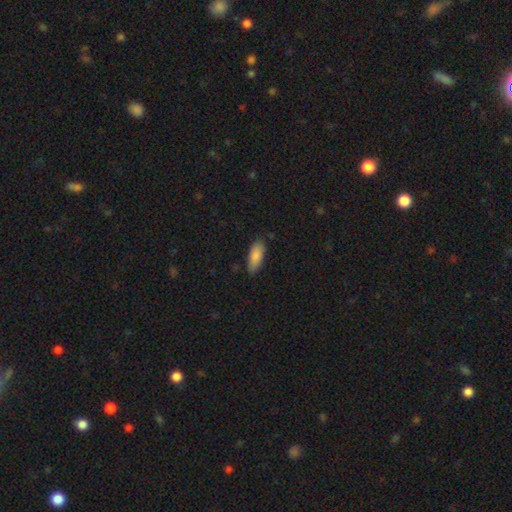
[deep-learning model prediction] This appears to be a smooth galaxy with no disk features (86%) that is in between round and cigar-shaped (77%). Merging: none (80%).